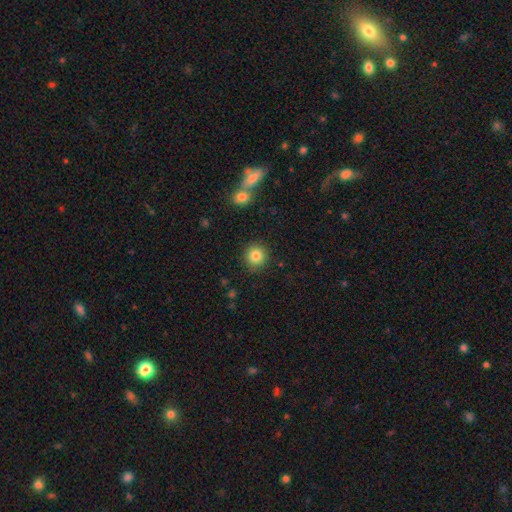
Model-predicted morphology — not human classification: The model was most divided on "smooth or featured": smooth: 83%, star or artifact: 11%, featured or disk: 6%. More confident: how rounded — round (92%); merging — none (89%).